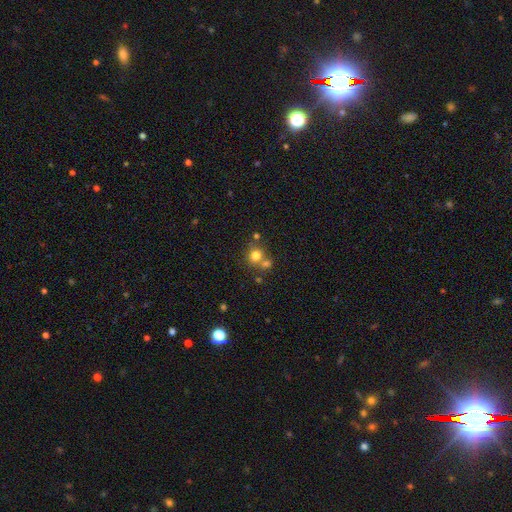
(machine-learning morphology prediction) A smooth galaxy with no disk features (76%) that is round (85%). Merging: none (55%).